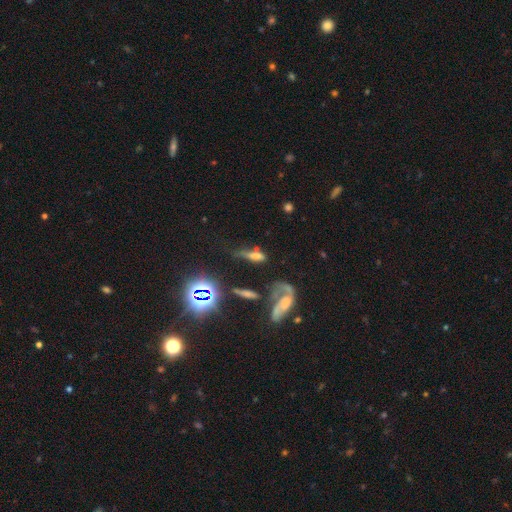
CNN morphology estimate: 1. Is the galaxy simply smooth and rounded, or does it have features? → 49% smooth, 30% featured or disk, 21% star or artifact.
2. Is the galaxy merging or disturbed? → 31% none, 24% merger, 24% major disturbance, 20% minor disturbance.